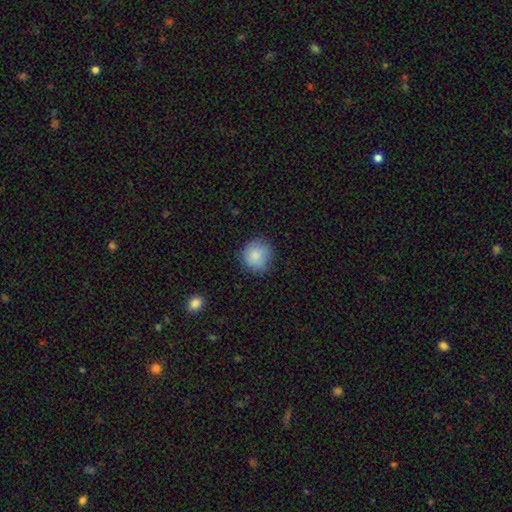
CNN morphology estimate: smooth_or_featured: smooth (p=0.85) [alt: star or artifact p=0.08]
how_rounded: round (p=0.88) [alt: in between p=0.11]
merging: none (p=0.79) [alt: minor disturbance p=0.16]